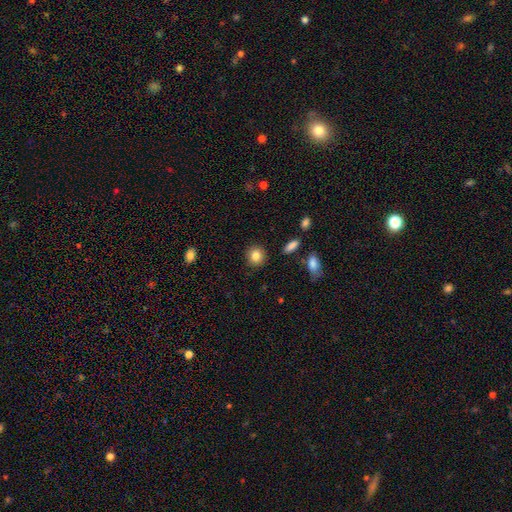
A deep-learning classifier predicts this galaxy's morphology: Smooth or featured?
  - smooth: 84% *
  - star or artifact: 9%
  - featured or disk: 7%
How rounded?
  - round: 87% *
  - in between: 12%
  - cigar-shaped: 1%
Merging?
  - none: 90% *
  - minor disturbance: 7%
  - major disturbance: 2%
  - merger: 2%